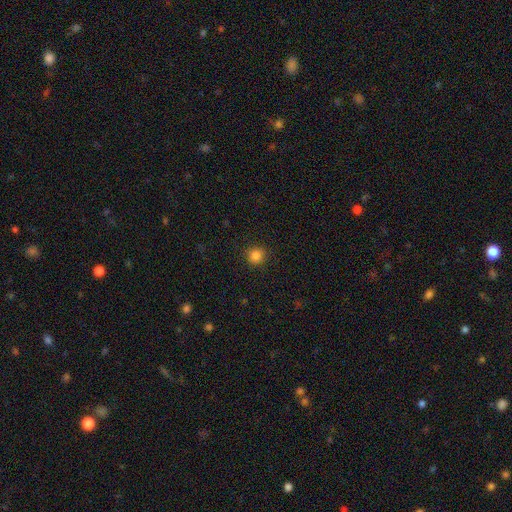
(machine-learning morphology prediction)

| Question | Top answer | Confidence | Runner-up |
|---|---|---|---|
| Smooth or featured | smooth | 85% | star or artifact (12%) |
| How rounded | round | 93% | in between (6%) |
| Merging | none | 91% | minor disturbance (6%) |